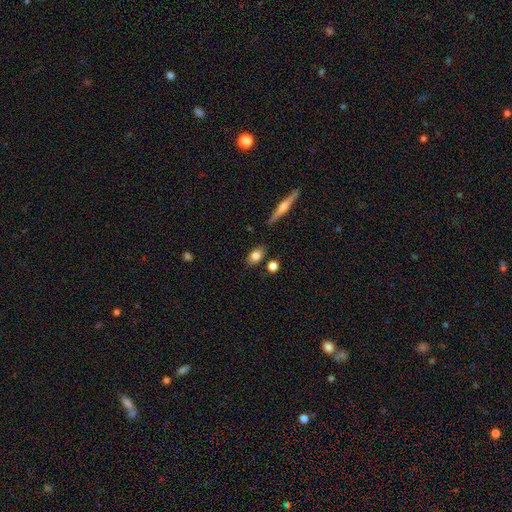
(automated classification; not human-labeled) Morphology: type=smooth (78%); roundness=in between (78%); merging=none (79%).